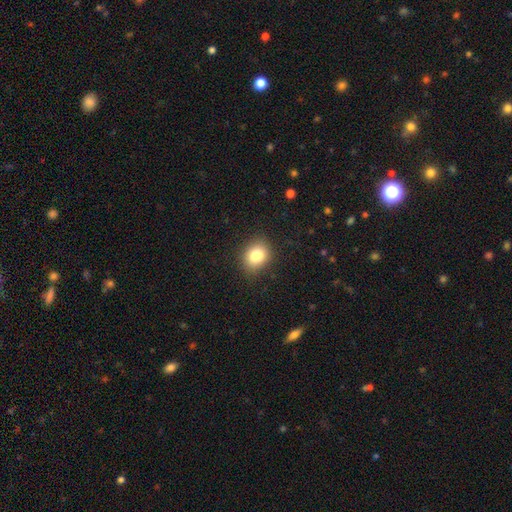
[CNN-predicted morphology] This appears to be a smooth galaxy with no disk features (83%) that is round (50%). Merging: none (85%).